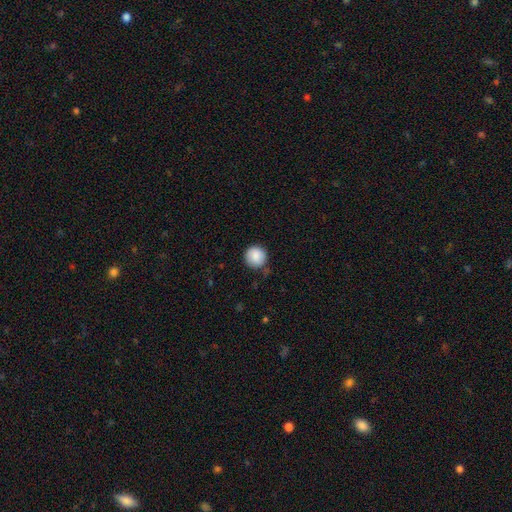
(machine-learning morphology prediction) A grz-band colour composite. It shows a smooth galaxy with no disk features (87%) that is round (95%). Merging: none (81%).